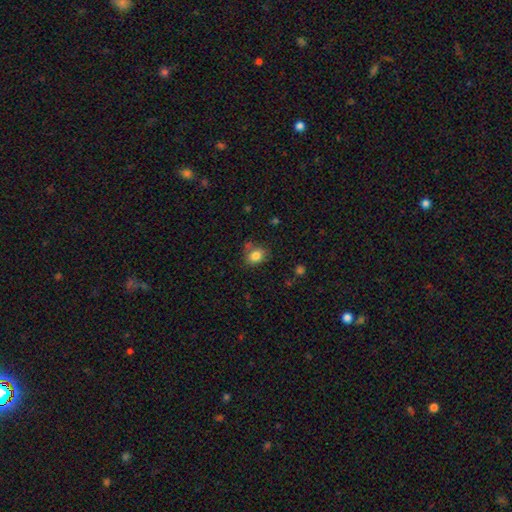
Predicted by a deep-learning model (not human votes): Smooth or featured? smooth (83%)
How rounded? round (50%)
Merging? none (67%)